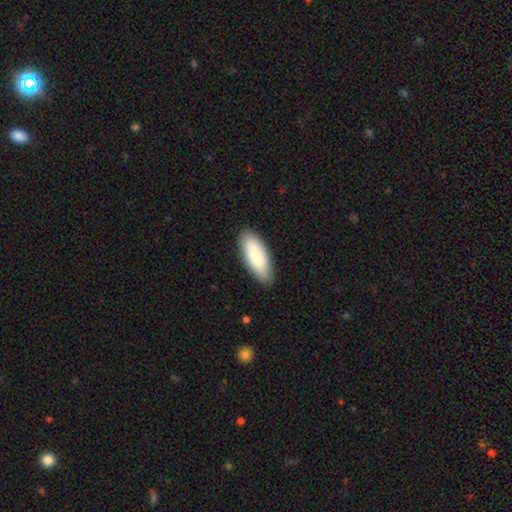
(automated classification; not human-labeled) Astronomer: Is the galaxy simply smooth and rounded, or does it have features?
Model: smooth — 84%.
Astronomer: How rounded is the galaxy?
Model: in between — 76%.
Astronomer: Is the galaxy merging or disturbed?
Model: none — 86%.